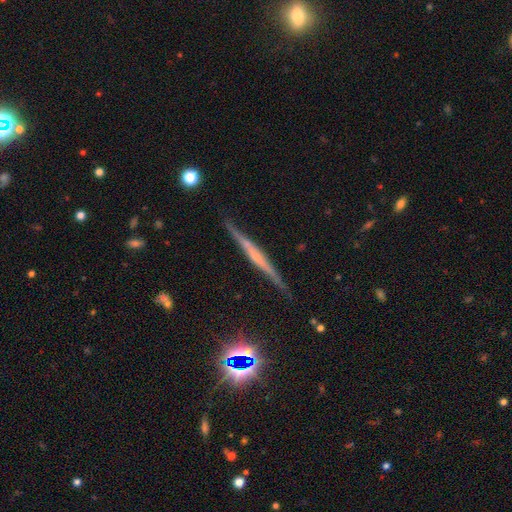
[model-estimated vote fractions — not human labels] Smooth or featured: featured or disk — 67% (smooth — 23%)
Edge-on disk: yes — 97% (no — 3%)
Edge-on bulge: none — 51% (rounded — 33%)
Merging: none — 86% (minor disturbance — 10%)